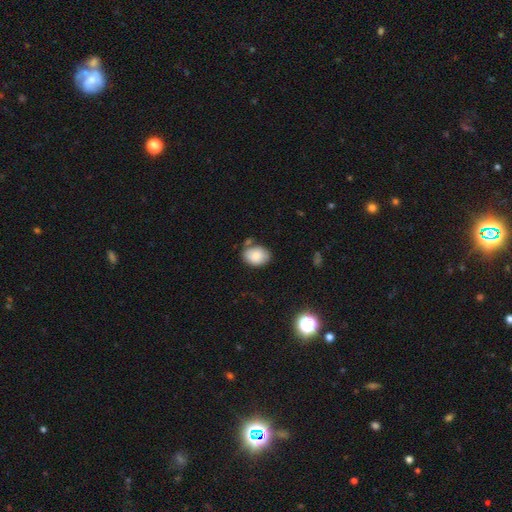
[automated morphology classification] smooth 84%, featured or disk 8%, star or artifact 8%. Down the decision tree: how rounded — in between (75%); merging — none (67%).